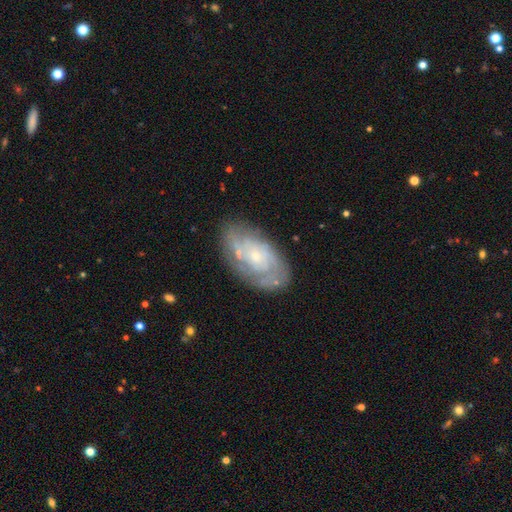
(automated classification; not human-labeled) The model was most divided on "spiral arm count": can't tell: 47%, 2: 28%, 3: 11%, 4: 6%, 1: 5%, more than 4: 4%. More confident: edge-on disk — no (95%); spiral arms — yes (81%); bar — no (78%); smooth or featured — featured or disk (73%); merging — none (72%); bulge size — small (71%); spiral winding — tight (60%).